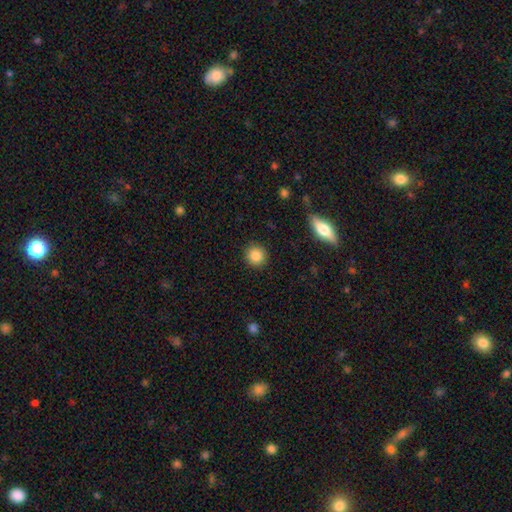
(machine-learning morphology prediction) A smooth galaxy with no disk features (86%) that is round (93%).

Vote fractions:
- Smooth or featured? smooth: 86% / star or artifact: 10% / featured or disk: 5%
- How rounded? round: 93% / in between: 6% / cigar-shaped: 1%
- Merging? none: 91% / minor disturbance: 5% / major disturbance: 2% / merger: 1%